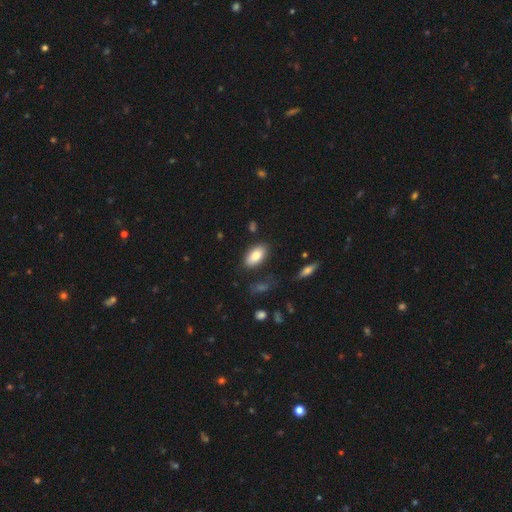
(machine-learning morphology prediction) A smooth galaxy with no disk features (83%) that is in between round and cigar-shaped (93%). Merging: none (82%).